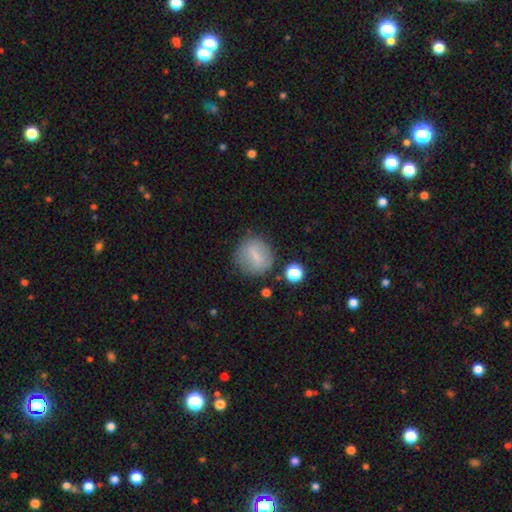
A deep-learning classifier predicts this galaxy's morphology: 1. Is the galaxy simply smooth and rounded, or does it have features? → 63% smooth, 27% featured or disk, 10% star or artifact.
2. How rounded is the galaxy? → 79% round, 19% in between, 2% cigar-shaped.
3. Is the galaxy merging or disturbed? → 76% none, 14% minor disturbance, 6% major disturbance, 4% merger.